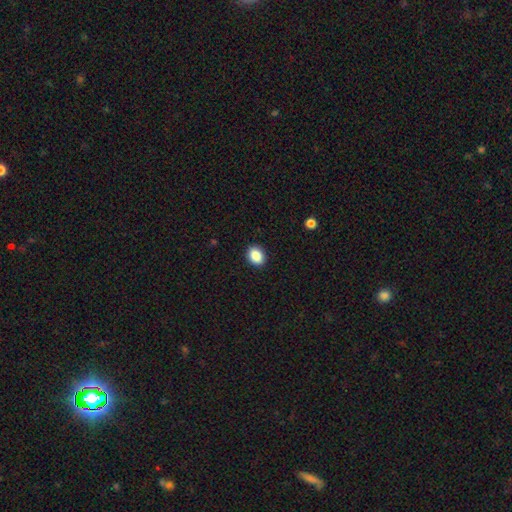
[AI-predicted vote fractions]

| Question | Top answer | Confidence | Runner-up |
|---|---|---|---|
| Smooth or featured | smooth | 88% | star or artifact (8%) |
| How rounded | in between | 60% | round (39%) |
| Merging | none | 91% | minor disturbance (6%) |